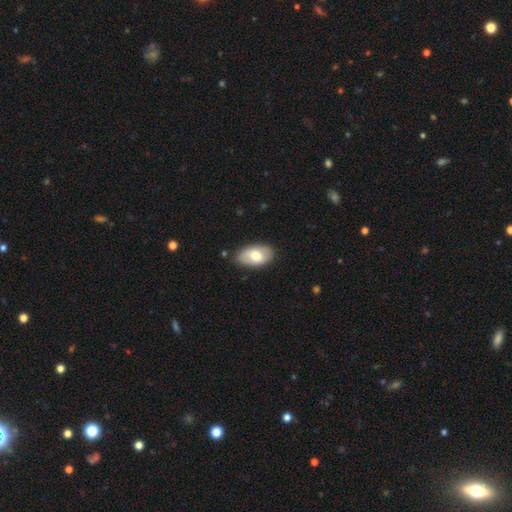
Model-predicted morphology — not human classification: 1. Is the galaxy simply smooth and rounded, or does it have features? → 71% smooth, 23% featured or disk, 6% star or artifact.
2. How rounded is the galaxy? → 94% in between, 5% round, 2% cigar-shaped.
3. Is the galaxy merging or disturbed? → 81% none, 15% minor disturbance, 3% major disturbance, 2% merger.